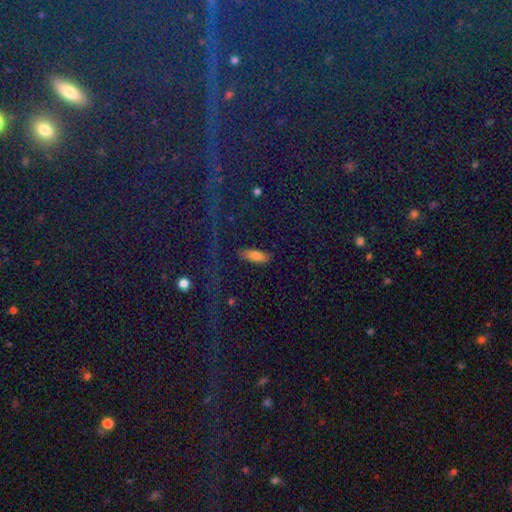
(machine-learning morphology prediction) The model was most divided on "how rounded": in between: 73%, cigar-shaped: 24%, round: 3%. More confident: merging — none (82%); smooth or featured — smooth (81%).